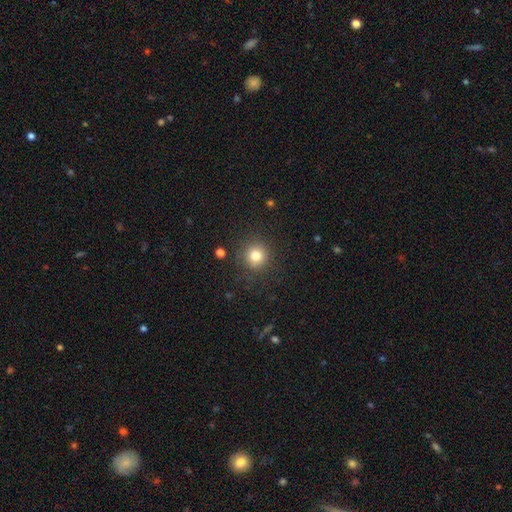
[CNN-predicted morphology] smooth 80%, star or artifact 13%, featured or disk 7%. Down the decision tree: how rounded — round (93%); merging — none (87%).